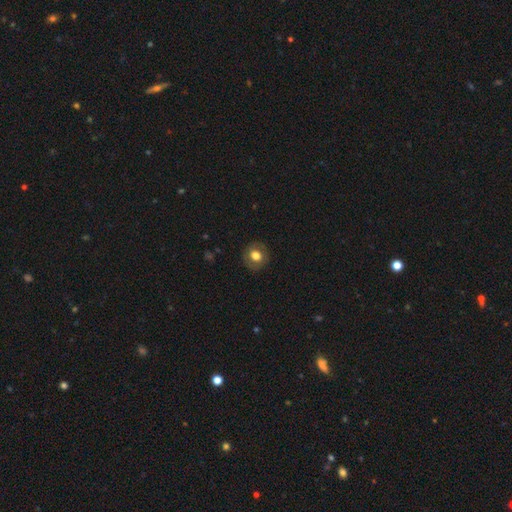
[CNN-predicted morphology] Smooth or featured: smooth — 69% (featured or disk — 22%)
How rounded: round — 81% (in between — 19%)
Merging: none — 86% (minor disturbance — 10%)